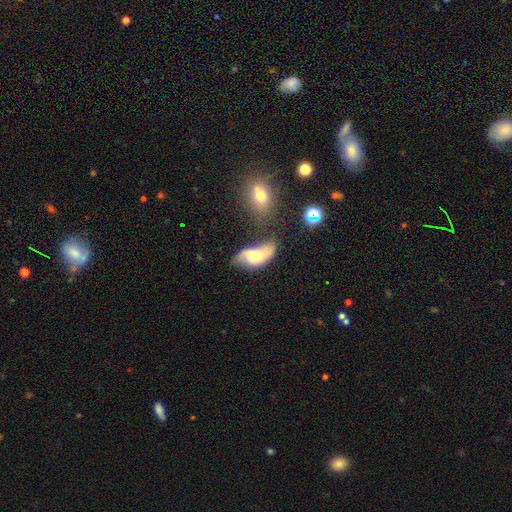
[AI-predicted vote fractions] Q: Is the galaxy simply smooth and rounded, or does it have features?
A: featured or disk — 48%.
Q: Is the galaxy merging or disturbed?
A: none — 28%.